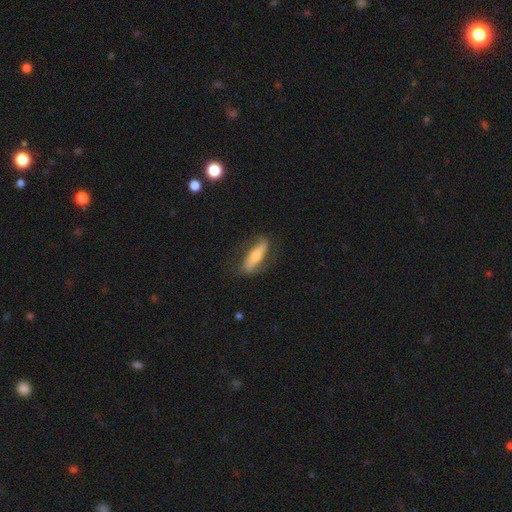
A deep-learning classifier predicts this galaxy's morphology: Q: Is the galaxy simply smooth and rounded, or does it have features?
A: featured or disk — 49%.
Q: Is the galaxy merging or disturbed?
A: none — 75%.